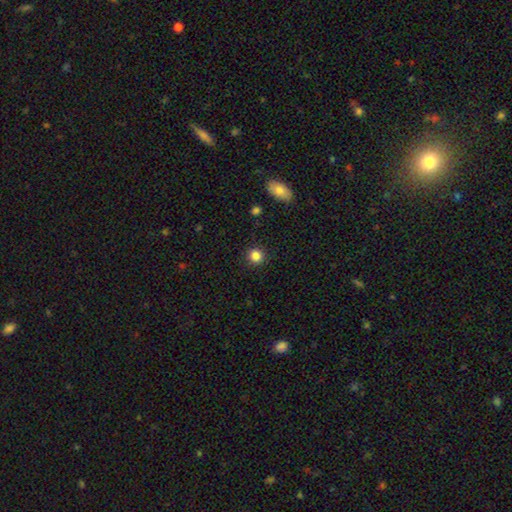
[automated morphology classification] Smooth or featured?
  - smooth: 84% *
  - star or artifact: 11%
  - featured or disk: 4%
How rounded?
  - round: 92% *
  - in between: 7%
  - cigar-shaped: 1%
Merging?
  - none: 91% *
  - minor disturbance: 6%
  - major disturbance: 2%
  - merger: 1%